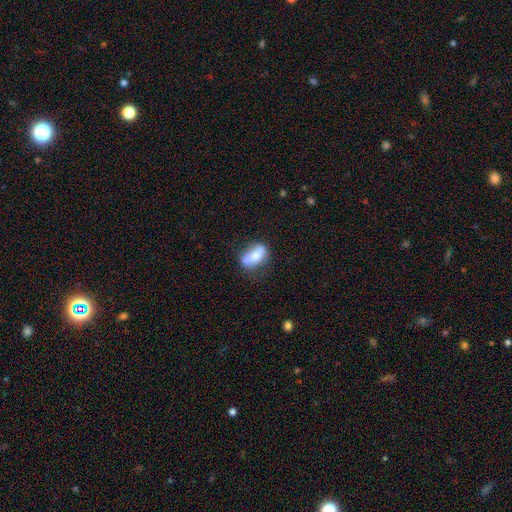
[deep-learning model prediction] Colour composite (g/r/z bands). It shows a smooth galaxy with no disk features (59%) that is in between round and cigar-shaped (80%). Merging: none (42%).